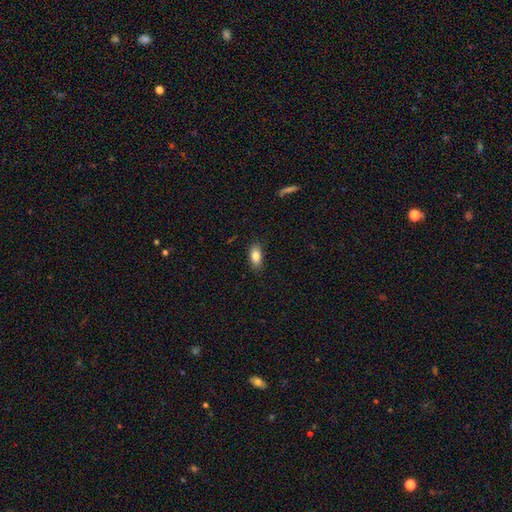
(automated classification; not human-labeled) Smooth or featured? smooth (81%)
How rounded? in between (88%)
Merging? none (86%)